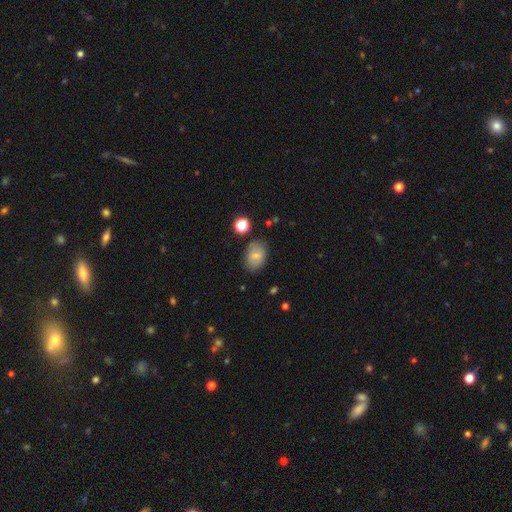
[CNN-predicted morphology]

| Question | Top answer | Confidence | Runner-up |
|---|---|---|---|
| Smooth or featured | smooth | 73% | featured or disk (18%) |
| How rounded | in between | 80% | round (18%) |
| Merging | none | 78% | minor disturbance (15%) |